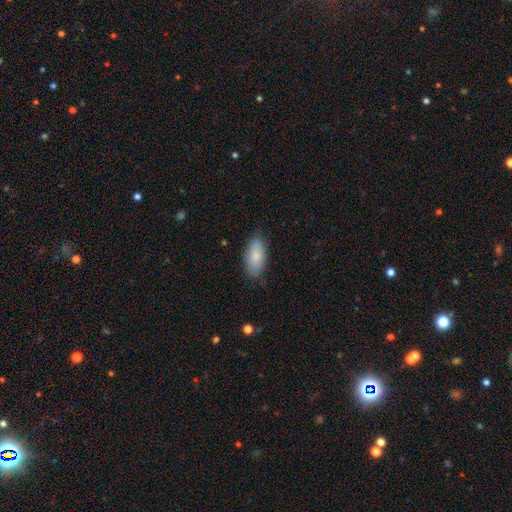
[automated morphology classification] Smooth or featured? Predicted: smooth (p=0.83). How rounded? Predicted: in between (p=0.91). Merging? Predicted: none (p=0.81).